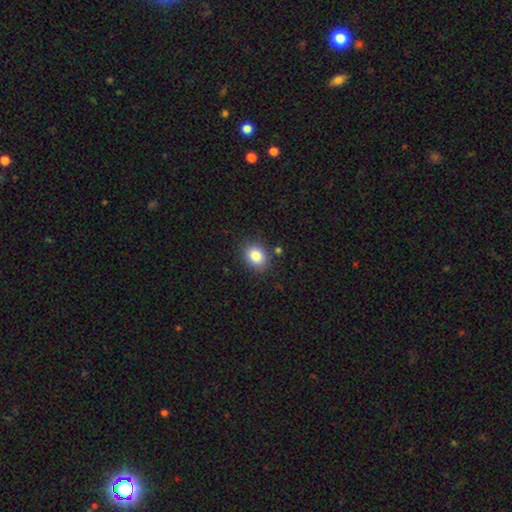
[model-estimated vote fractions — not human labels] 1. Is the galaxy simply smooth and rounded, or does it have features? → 84% smooth, 9% star or artifact, 6% featured or disk.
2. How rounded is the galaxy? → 50% round, 49% in between, 1% cigar-shaped.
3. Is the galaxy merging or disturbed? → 84% none, 10% minor disturbance, 3% merger, 3% major disturbance.